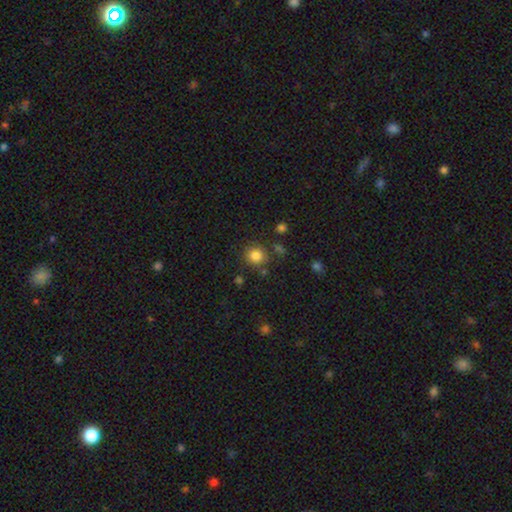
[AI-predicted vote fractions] Smooth or featured: smooth — 84% (star or artifact — 11%)
How rounded: round — 87% (in between — 12%)
Merging: none — 81% (minor disturbance — 10%)